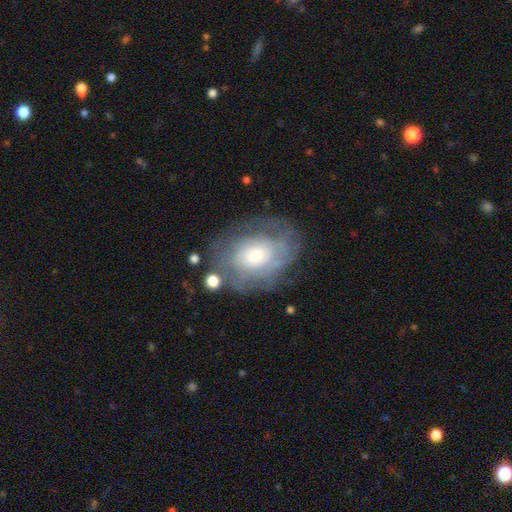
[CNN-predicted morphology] This is likely a featured or disk galaxy (61%). It is clearly not viewed edge-on (96%). Bar: likely no (79%). Spiral arm pattern: likely yes (65%). Central bulge: marginally moderate (45%). Merging: likely none (62%).